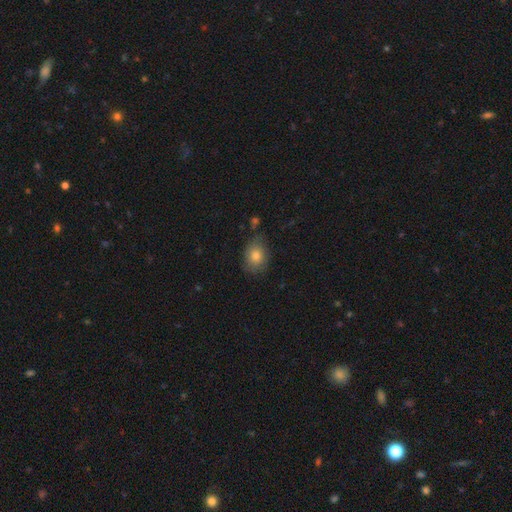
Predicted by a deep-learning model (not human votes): A smooth galaxy with no disk features (75%) that is in between round and cigar-shaped (58%).

Vote fractions:
- Smooth or featured? smooth: 75% / featured or disk: 16% / star or artifact: 10%
- How rounded? in between: 58% / round: 40% / cigar-shaped: 1%
- Merging? none: 68% / minor disturbance: 23% / major disturbance: 6% / merger: 3%